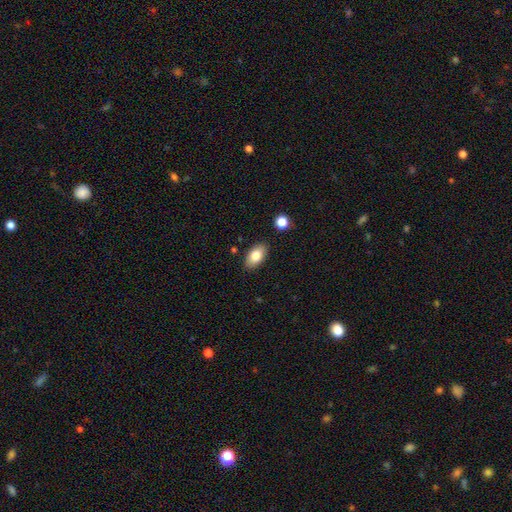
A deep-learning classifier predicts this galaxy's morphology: Overall: smooth (82%). How rounded: in between (92%). Merging: none (86%).